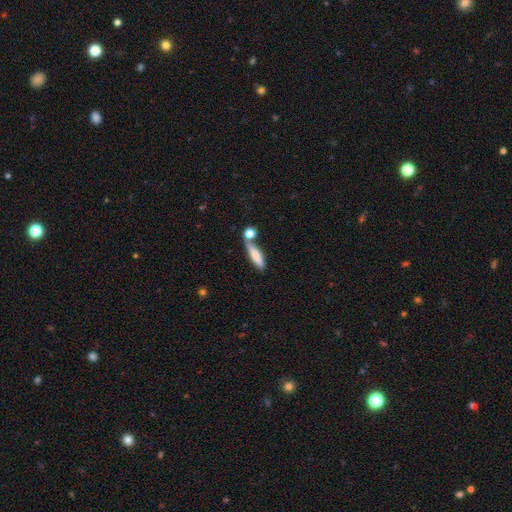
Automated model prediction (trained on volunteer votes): smooth_or_featured: smooth (p=0.69) [alt: featured or disk p=0.24]
how_rounded: cigar-shaped (p=0.72) [alt: in between p=0.24]
merging: none (p=0.65) [alt: merger p=0.16]